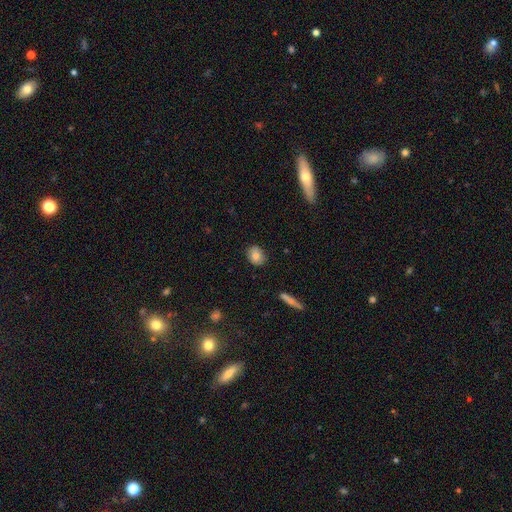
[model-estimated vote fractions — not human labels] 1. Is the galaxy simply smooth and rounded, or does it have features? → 78% smooth, 13% featured or disk, 8% star or artifact.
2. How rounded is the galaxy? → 60% round, 38% in between, 2% cigar-shaped.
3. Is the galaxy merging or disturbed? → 86% none, 11% minor disturbance, 2% major disturbance, 1% merger.